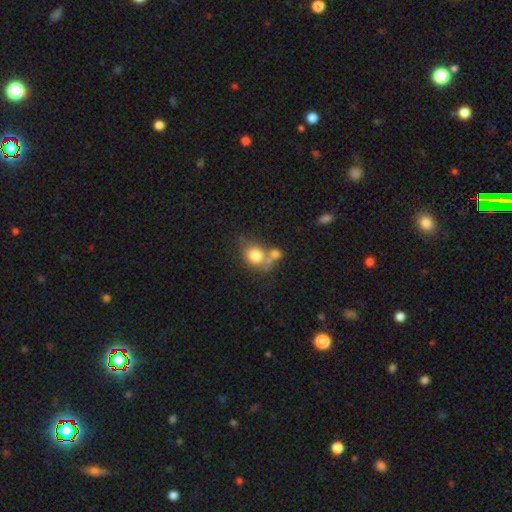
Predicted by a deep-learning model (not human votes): The model was most divided on "merging": merger: 41%, none: 40%, minor disturbance: 13%, major disturbance: 6%. More confident: smooth or featured — smooth (75%); how rounded — round (56%).